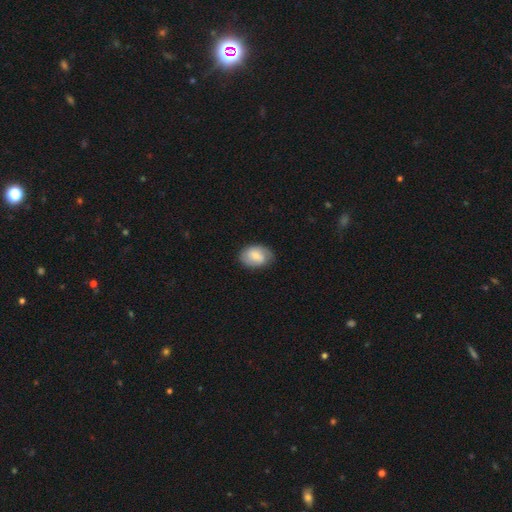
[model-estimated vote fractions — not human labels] Smooth or featured? smooth (62%)
How rounded? in between (78%)
Merging? none (77%)